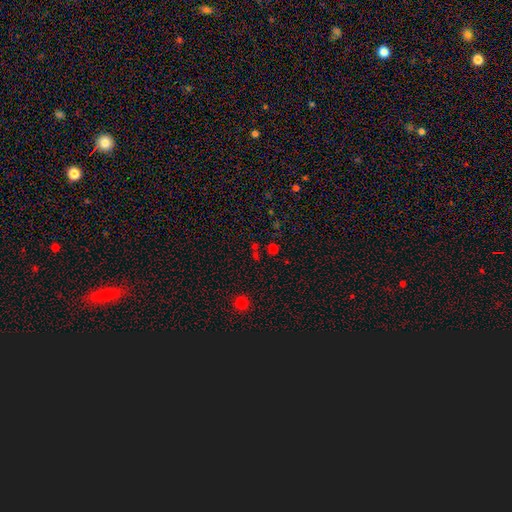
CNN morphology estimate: The model was most divided on "smooth or featured": smooth: 54%, star or artifact: 39%, featured or disk: 7%. More confident: how rounded — round (79%); merging — none (71%).